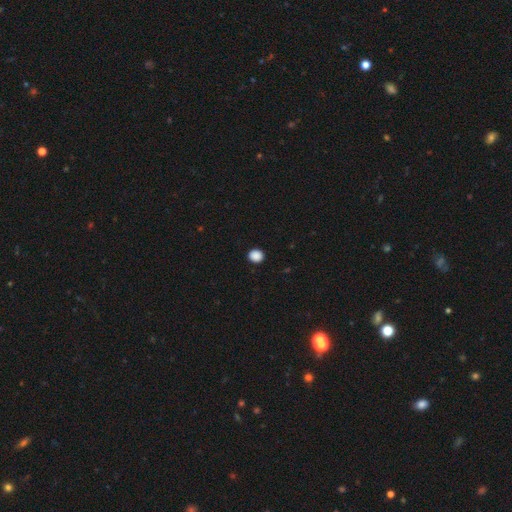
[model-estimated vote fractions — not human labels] Overall: smooth (89%). How rounded: round (84%). Merging: none (92%).